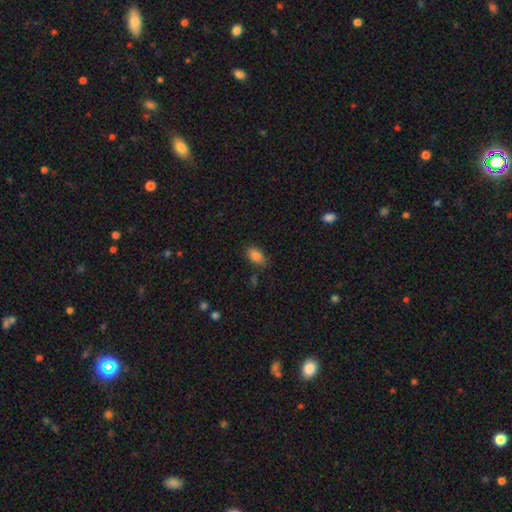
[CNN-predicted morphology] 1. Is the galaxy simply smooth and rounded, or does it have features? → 86% smooth, 9% star or artifact, 5% featured or disk.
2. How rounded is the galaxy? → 90% in between, 8% round, 2% cigar-shaped.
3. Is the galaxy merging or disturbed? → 77% none, 17% minor disturbance, 4% major disturbance, 3% merger.